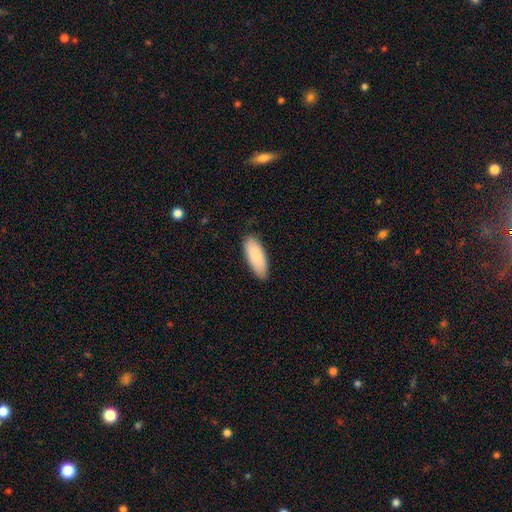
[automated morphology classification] smooth-or-featured: smooth: 88% | featured or disk: 7% | star or artifact: 5%
  how-rounded: in between: 73% | cigar-shaped: 25% | round: 1%
  merging: none: 83% | minor disturbance: 14% | major disturbance: 2% | merger: 1%